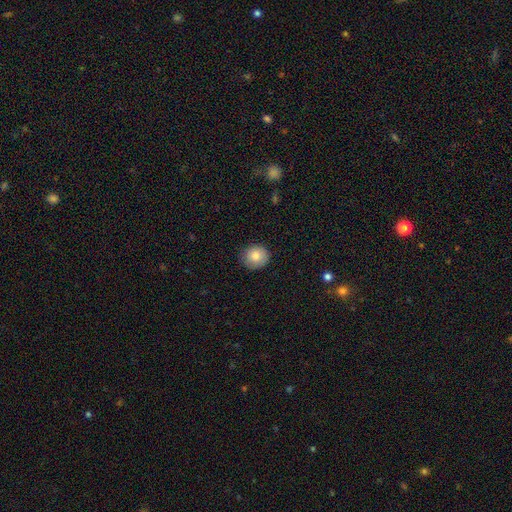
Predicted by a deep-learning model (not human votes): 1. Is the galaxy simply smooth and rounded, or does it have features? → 82% smooth, 9% featured or disk, 8% star or artifact.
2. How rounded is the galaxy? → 85% round, 14% in between, 1% cigar-shaped.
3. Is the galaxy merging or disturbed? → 84% none, 13% minor disturbance, 2% major disturbance, 1% merger.